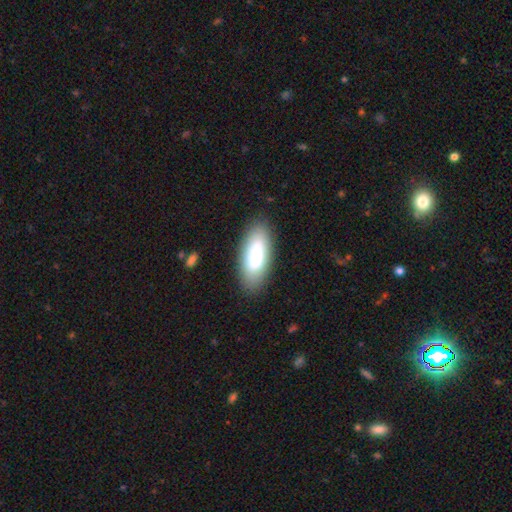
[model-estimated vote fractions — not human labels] Smooth or featured?
  - smooth: 76% *
  - featured or disk: 17%
  - star or artifact: 7%
How rounded?
  - in between: 83% *
  - cigar-shaped: 15%
  - round: 2%
Merging?
  - none: 80% *
  - minor disturbance: 13%
  - major disturbance: 4%
  - merger: 3%